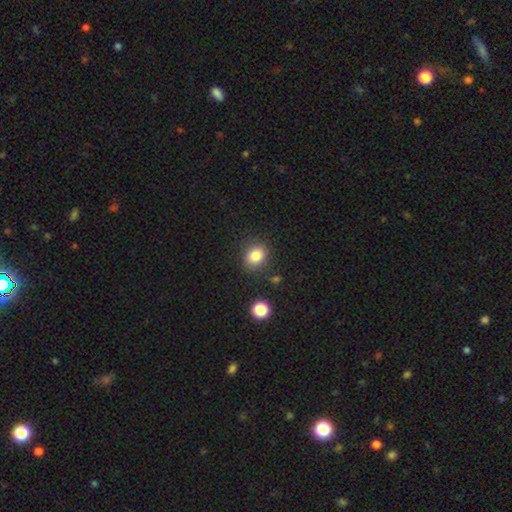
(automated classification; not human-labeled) This appears to be a smooth galaxy with no disk features (83%) that is round (55%). Merging: none (83%).